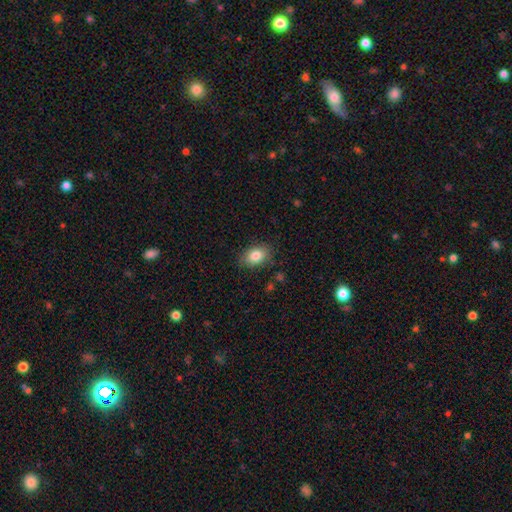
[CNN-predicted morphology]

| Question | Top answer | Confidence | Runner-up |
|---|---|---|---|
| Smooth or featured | smooth | 83% | featured or disk (9%) |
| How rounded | in between | 83% | round (16%) |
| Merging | none | 83% | minor disturbance (13%) |